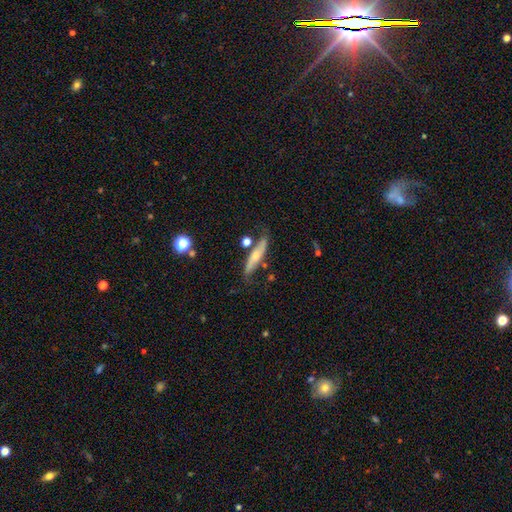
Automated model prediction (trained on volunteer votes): smooth_or_featured: featured or disk (p=0.49) [alt: smooth p=0.45]
merging: none (p=0.66) [alt: minor disturbance p=0.21]